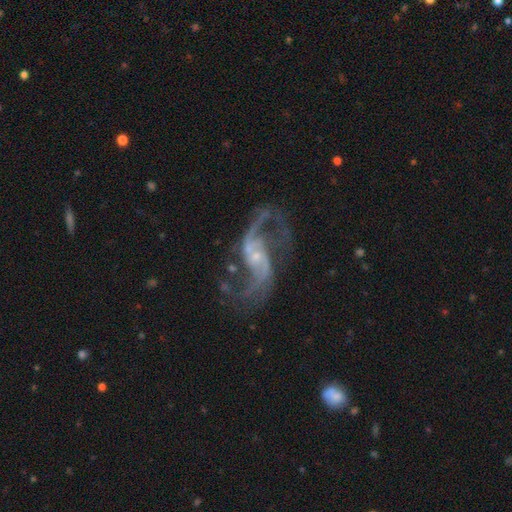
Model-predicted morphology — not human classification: This is clearly a featured or disk galaxy (92%). It is clearly not viewed edge-on (97%). Bar: possibly no (49%). Spiral arm pattern: clearly yes (97%). Spiral arm count: clearly 2 (90%). Spiral winding: likely loose (70%). Central bulge: likely small (76%). Merging: likely none (63%).